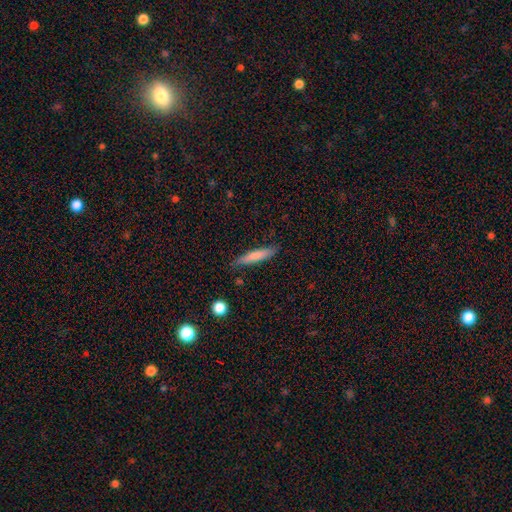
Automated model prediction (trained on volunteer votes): Smooth or featured? Predicted: smooth (p=0.75). How rounded? Predicted: cigar-shaped (p=0.89). Merging? Predicted: none (p=0.84).